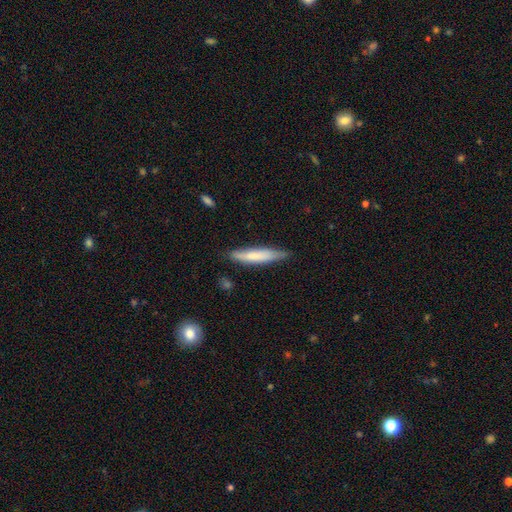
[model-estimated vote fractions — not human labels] A smooth galaxy with no disk features (69%) that is cigar-shaped (90%).

Vote fractions:
- Smooth or featured? smooth: 69% / featured or disk: 26% / star or artifact: 6%
- How rounded? cigar-shaped: 90% / in between: 9% / round: 1%
- Merging? none: 76% / minor disturbance: 19% / major disturbance: 3% / merger: 2%